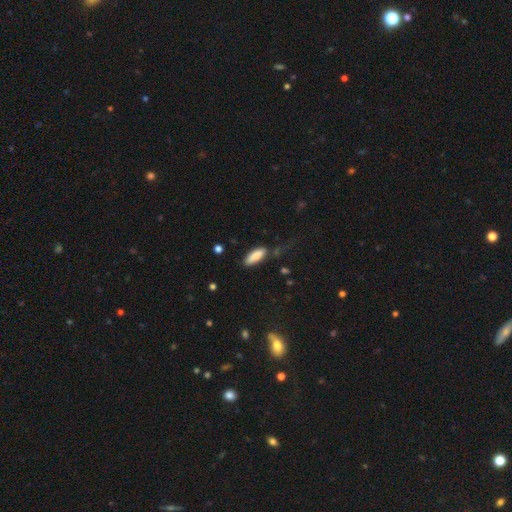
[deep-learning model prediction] Smooth or featured? smooth (86%)
How rounded? in between (67%)
Merging? none (68%)